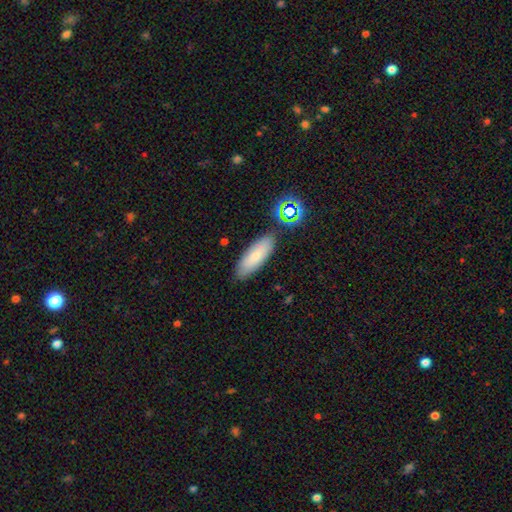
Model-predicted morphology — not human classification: smooth_or_featured: smooth (p=0.75) [alt: featured or disk p=0.16]
how_rounded: in between (p=0.70) [alt: cigar-shaped p=0.28]
merging: none (p=0.81) [alt: minor disturbance p=0.12]